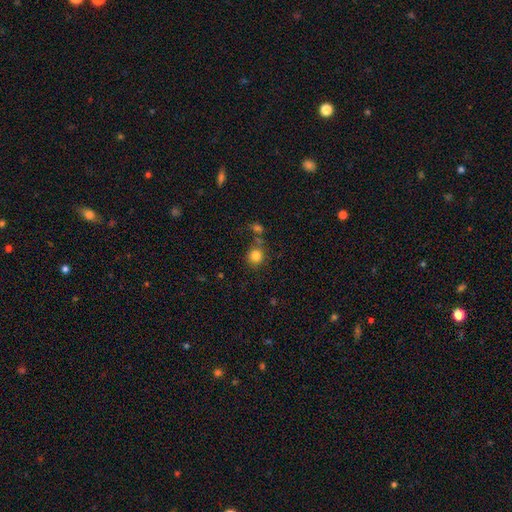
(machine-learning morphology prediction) smooth-or-featured: smooth: 83% | star or artifact: 11% | featured or disk: 6%
  how-rounded: round: 90% | in between: 9% | cigar-shaped: 1%
  merging: none: 71% | merger: 14% | minor disturbance: 11% | major disturbance: 4%